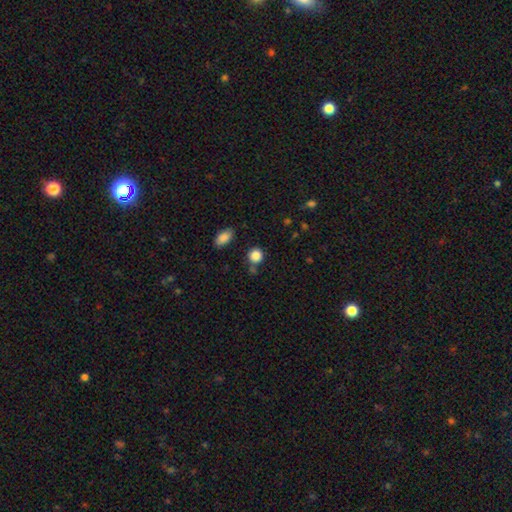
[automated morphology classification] Smooth or featured?
  - smooth: 86% *
  - star or artifact: 10%
  - featured or disk: 4%
How rounded?
  - round: 87% *
  - in between: 12%
  - cigar-shaped: 1%
Merging?
  - none: 75% *
  - minor disturbance: 12%
  - merger: 9%
  - major disturbance: 4%